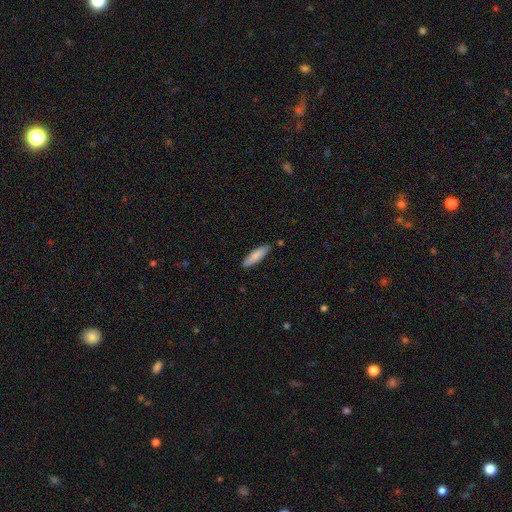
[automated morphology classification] Smooth or featured? smooth (83%)
How rounded? cigar-shaped (70%)
Merging? none (86%)